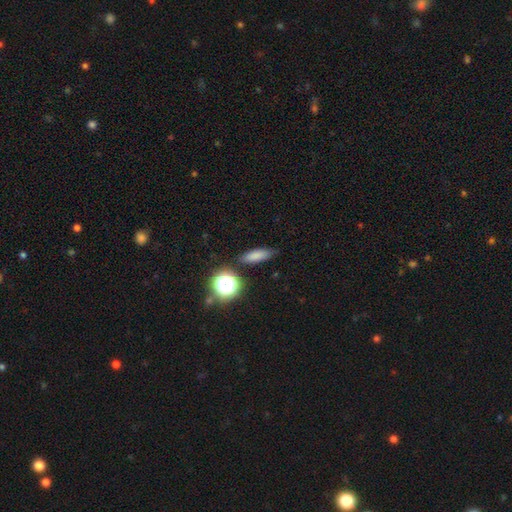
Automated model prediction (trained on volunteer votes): This appears to be a smooth galaxy with no disk features (77%) that is in between round and cigar-shaped (48%). Merging: none (82%).